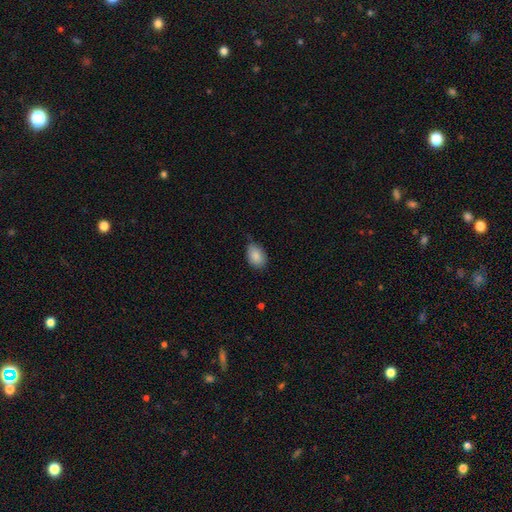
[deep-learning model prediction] The model was most divided on "merging": none: 70%, minor disturbance: 25%, major disturbance: 3%, merger: 1%. More confident: smooth or featured — smooth (87%); how rounded — in between (84%).